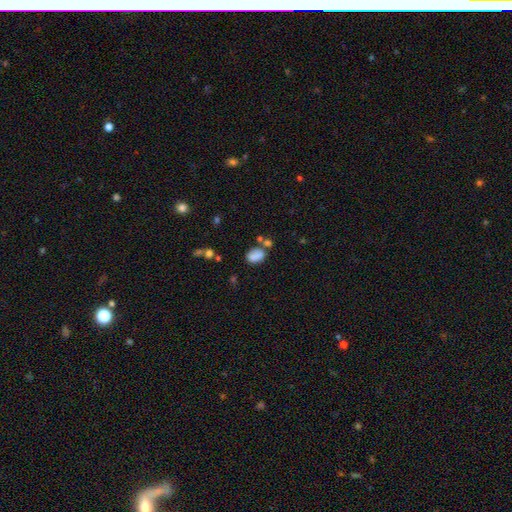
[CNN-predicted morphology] smooth-or-featured: smooth: 76% | featured or disk: 13% | star or artifact: 11%
  how-rounded: in between: 75% | round: 24% | cigar-shaped: 1%
  merging: none: 48% | merger: 26% | minor disturbance: 19% | major disturbance: 8%